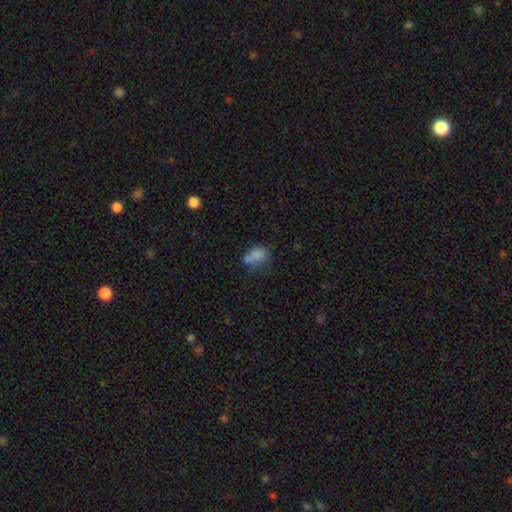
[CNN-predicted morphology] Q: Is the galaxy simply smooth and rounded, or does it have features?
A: smooth — 74%.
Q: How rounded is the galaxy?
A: in between — 75%.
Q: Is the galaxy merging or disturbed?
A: none — 38%.